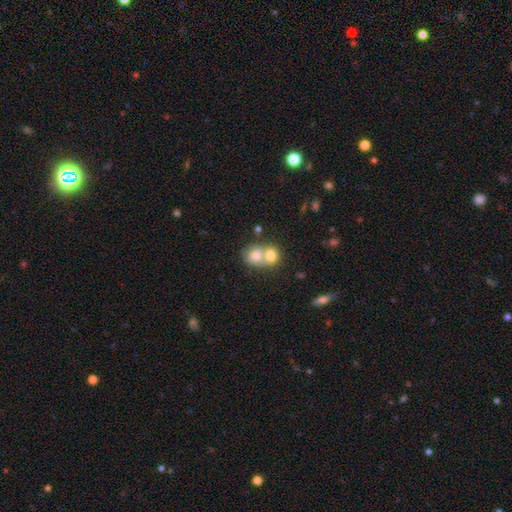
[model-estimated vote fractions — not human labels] Overall: smooth (73%). How rounded: round (66%; in between 33%). Merging: merger (70%).